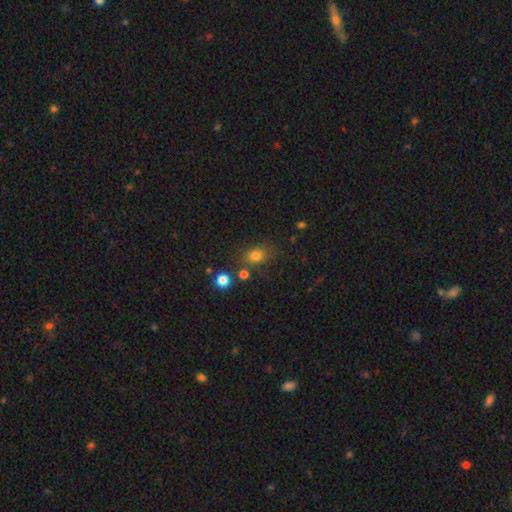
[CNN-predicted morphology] Smooth or featured? Predicted: smooth (p=0.79). How rounded? Predicted: in between (p=0.55). Merging? Predicted: none (p=0.70).